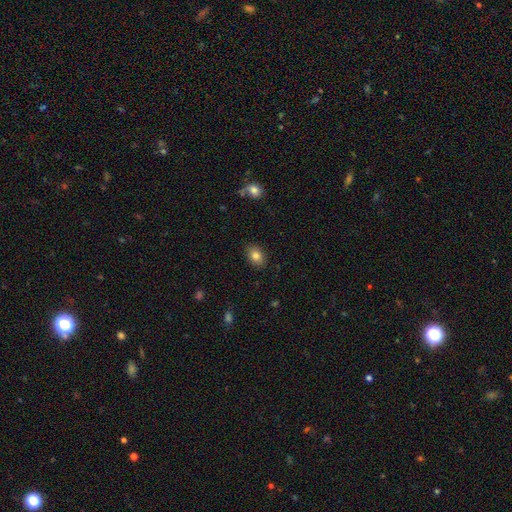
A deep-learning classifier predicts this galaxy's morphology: A smooth galaxy with no disk features (83%) that is in between round and cigar-shaped (80%). Merging: none (87%).